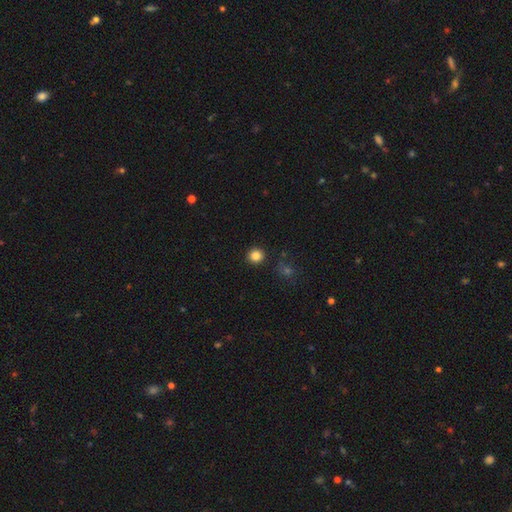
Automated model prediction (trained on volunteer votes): Smooth or featured? smooth (84%)
How rounded? round (93%)
Merging? none (91%)